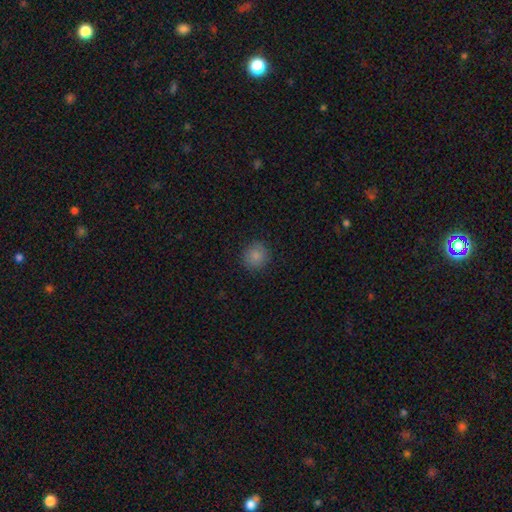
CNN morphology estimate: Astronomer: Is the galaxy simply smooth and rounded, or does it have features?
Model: smooth — 86%.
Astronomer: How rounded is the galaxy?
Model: round — 91%.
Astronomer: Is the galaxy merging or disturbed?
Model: none — 89%.